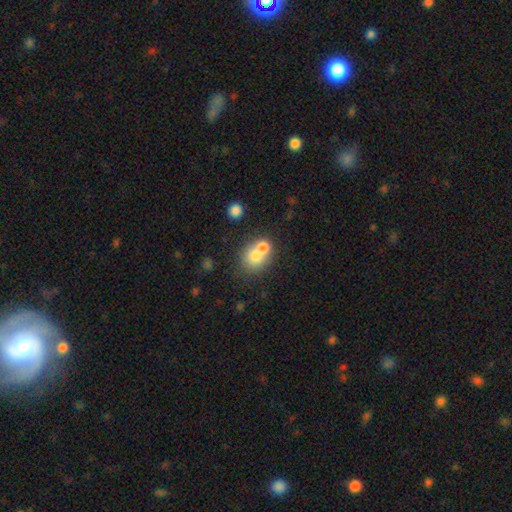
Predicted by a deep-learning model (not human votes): Overall: smooth (72%). How rounded: round (71%). Merging: merger (56%; none 34%).